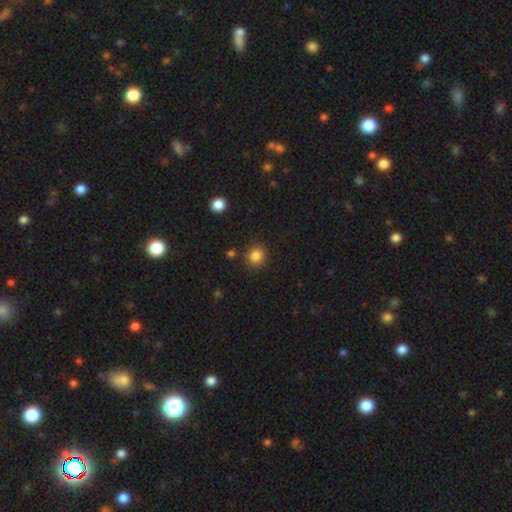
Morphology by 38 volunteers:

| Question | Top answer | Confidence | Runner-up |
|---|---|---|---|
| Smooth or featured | smooth | 89% | featured or disk (5%) |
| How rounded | round | 79% | in between (21%) |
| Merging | none | 89% | minor disturbance (6%) |